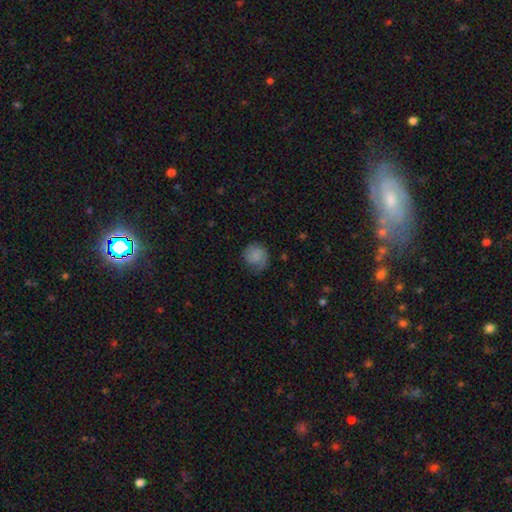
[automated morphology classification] smooth-or-featured: smooth: 69% | featured or disk: 23% | star or artifact: 8%
  how-rounded: round: 83% | in between: 16% | cigar-shaped: 1%
  merging: none: 63% | minor disturbance: 25% | major disturbance: 11% | merger: 1%